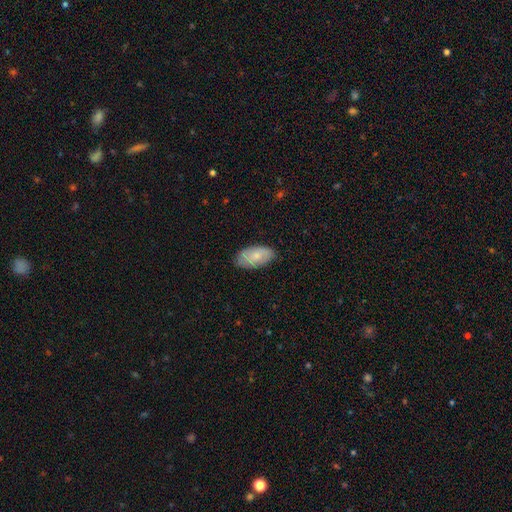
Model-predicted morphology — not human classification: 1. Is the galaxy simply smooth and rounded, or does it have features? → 70% smooth, 24% featured or disk, 6% star or artifact.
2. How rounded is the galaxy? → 94% in between, 3% cigar-shaped, 3% round.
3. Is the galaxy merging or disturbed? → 79% none, 17% minor disturbance, 3% major disturbance, 1% merger.